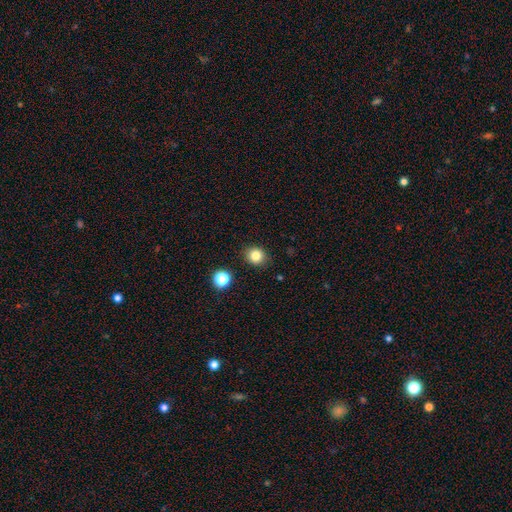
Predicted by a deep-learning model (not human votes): smooth 82%, star or artifact 12%, featured or disk 6%. Down the decision tree: how rounded — round (79%); merging — none (88%).